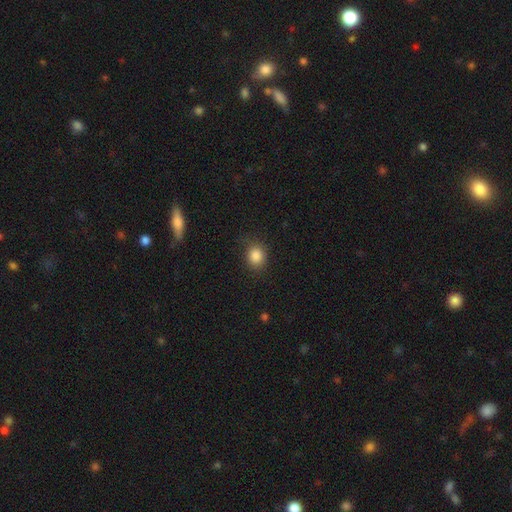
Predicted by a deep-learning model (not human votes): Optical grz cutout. It shows a smooth galaxy with no disk features (85%) that is round (65%). Merging: none (81%).